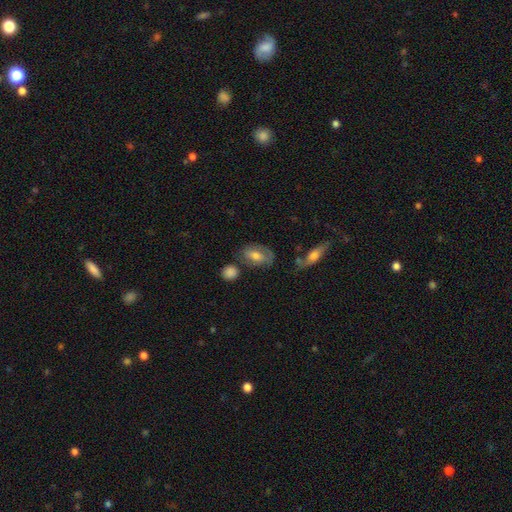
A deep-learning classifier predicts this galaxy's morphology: This appears to be a smooth galaxy with no disk features (58%) that is in between round and cigar-shaped (85%). Merging: none (60%).